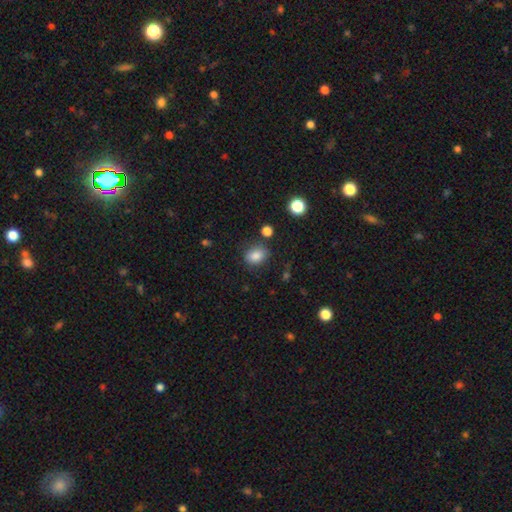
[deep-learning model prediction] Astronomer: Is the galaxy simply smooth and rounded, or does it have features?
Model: smooth — 84%.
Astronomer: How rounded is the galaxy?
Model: in between — 60% (runner-up: round, 39%).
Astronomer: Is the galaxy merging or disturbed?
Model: none — 79%.